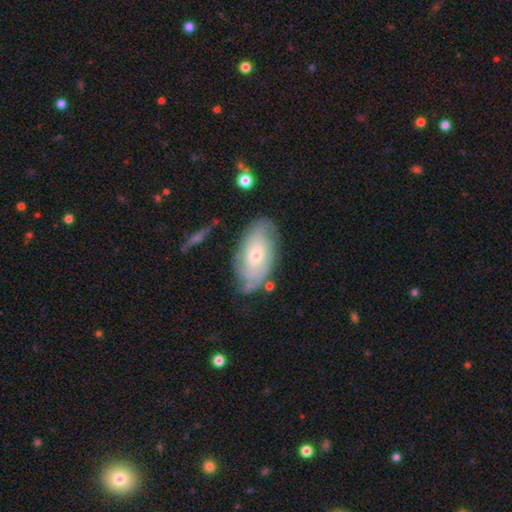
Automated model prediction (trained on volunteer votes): Smooth or featured?
  - featured or disk: 67% *
  - smooth: 26%
  - star or artifact: 7%
Edge-on disk?
  - no: 92% *
  - yes: 8%
Bar?
  - no: 77% *
  - weak: 19%
  - strong: 4%
Spiral arms?
  - yes: 84% *
  - no: 16%
Spiral winding?
  - tight: 62% *
  - medium: 27%
  - loose: 11%
Spiral arm count?
  - can't tell: 49% *
  - 2: 25%
  - 3: 11%
  - 4: 7%
  - 1: 4%
  - more than 4: 4%
Bulge size?
  - small: 63% *
  - moderate: 33%
  - large: 2%
  - none: 1%
  - dominant: 1%
Merging?
  - none: 71% *
  - minor disturbance: 20%
  - major disturbance: 7%
  - merger: 3%